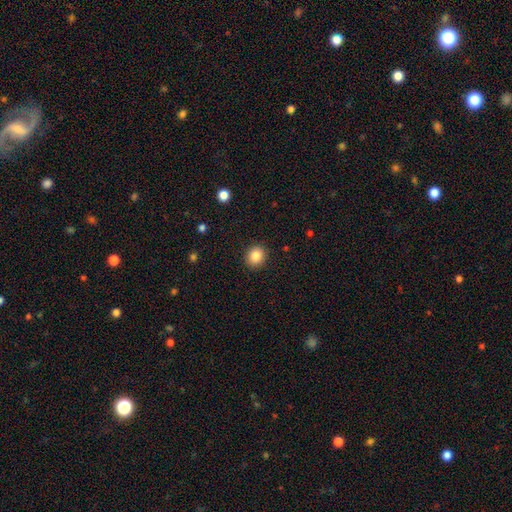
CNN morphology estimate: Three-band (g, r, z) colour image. It shows a smooth galaxy with no disk features (85%) that is round (75%). Merging: none (91%).